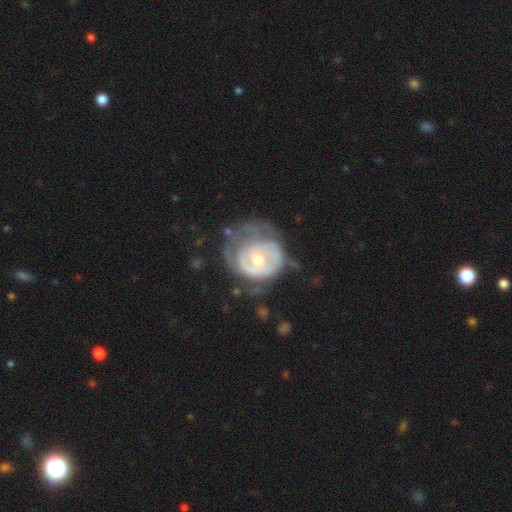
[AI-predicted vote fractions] smooth_or_featured: featured or disk (p=0.71) [alt: smooth p=0.23]
disk_edge_on: no (p=0.97) [alt: yes p=0.03]
bar: no (p=0.66) [alt: weak p=0.28]
has_spiral_arms: yes (p=0.68) [alt: no p=0.32]
bulge_size: moderate (p=0.54) [alt: small p=0.40]
merging: none (p=0.42) [alt: major disturbance p=0.28]